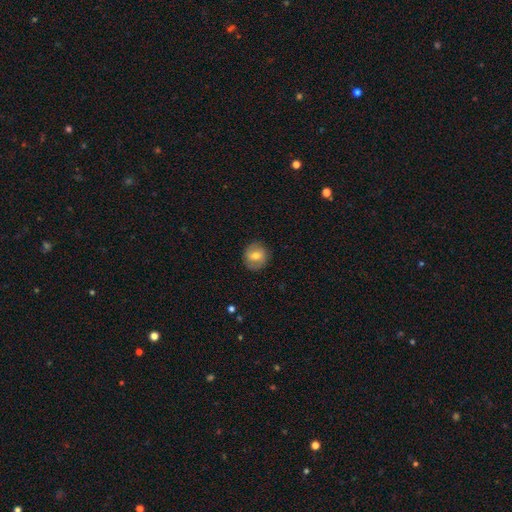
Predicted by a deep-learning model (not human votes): Morphology: type=smooth (63%); roundness=round (85%); merging=none (86%).